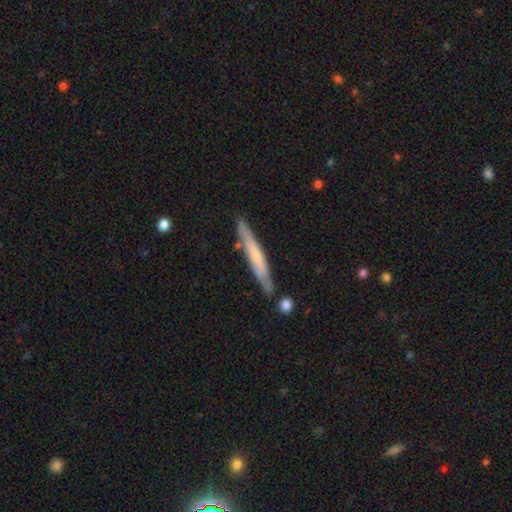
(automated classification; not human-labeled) This appears to be a smooth galaxy with no disk features (49%). Merging: none (79%).